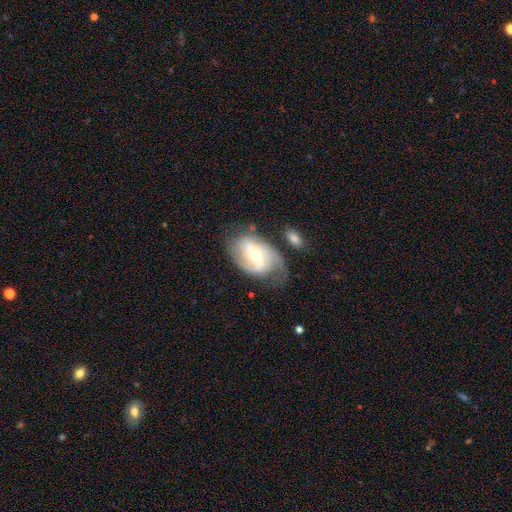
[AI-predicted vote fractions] A featured or disk galaxy (79%) with a weak bar (55%), 2 (63%) medium (46%) spiral arms (93%) and a moderate central bulge (58%).

Vote fractions:
- Smooth or featured? featured or disk: 79% / smooth: 15% / star or artifact: 6%
- Edge-on disk? no: 96% / yes: 4%
- Bar? weak: 55% / no: 24% / strong: 20%
- Spiral arms? yes: 93% / no: 7%
- Spiral winding? medium: 46% / tight: 32% / loose: 22%
- Spiral arm count? 2: 63% / can't tell: 17% / 3: 8% / 1: 8% / 4: 2% / more than 4: 2%
- Bulge size? moderate: 58% / small: 31% / large: 8% / none: 2% / dominant: 1%
- Merging? none: 52% / minor disturbance: 26% / major disturbance: 17% / merger: 5%